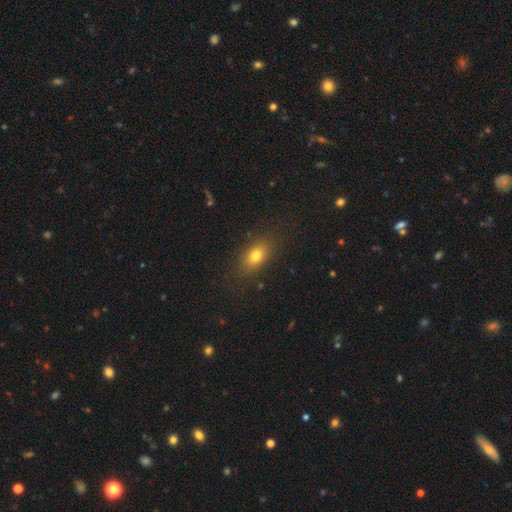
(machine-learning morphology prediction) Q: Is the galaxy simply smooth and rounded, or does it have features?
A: smooth — 78%.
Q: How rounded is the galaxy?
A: in between — 79%.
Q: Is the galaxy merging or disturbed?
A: none — 83%.